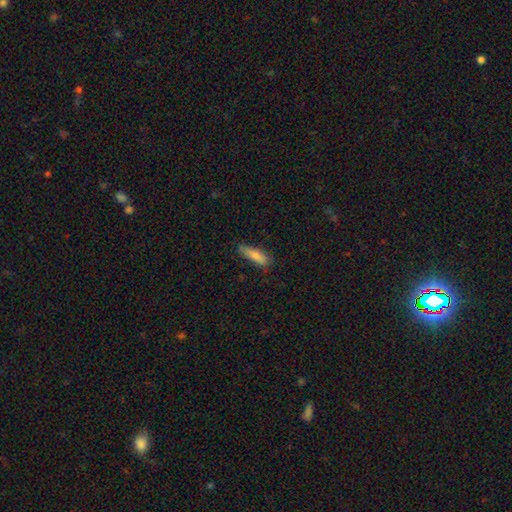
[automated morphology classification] Q: Smooth or featured?
A: smooth (81%); runner-up: featured or disk (13%)
Q: How rounded?
A: cigar-shaped (60%); runner-up: in between (38%)
Q: Merging?
A: none (76%); runner-up: minor disturbance (19%)